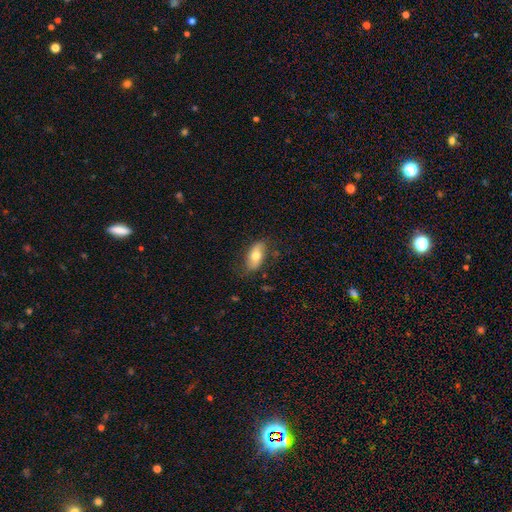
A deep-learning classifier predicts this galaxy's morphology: This is likely a smooth galaxy (65%). How rounded: clearly in between (89%). Merging: likely none (74%).